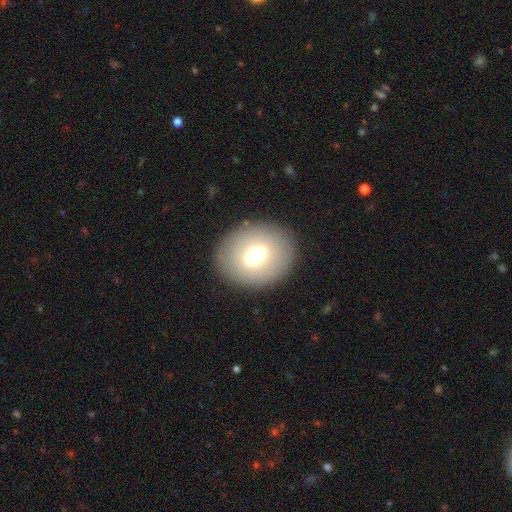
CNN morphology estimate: Q: Smooth or featured?
A: smooth (63%); runner-up: featured or disk (24%)
Q: How rounded?
A: round (67%); runner-up: in between (32%)
Q: Merging?
A: none (86%); runner-up: minor disturbance (8%)